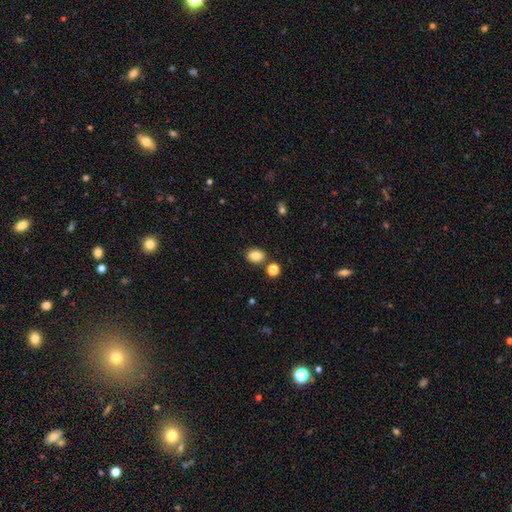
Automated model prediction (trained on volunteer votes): The model was most divided on "how rounded": in between: 64%, round: 35%, cigar-shaped: 1%. More confident: smooth or featured — smooth (83%); merging — none (80%).